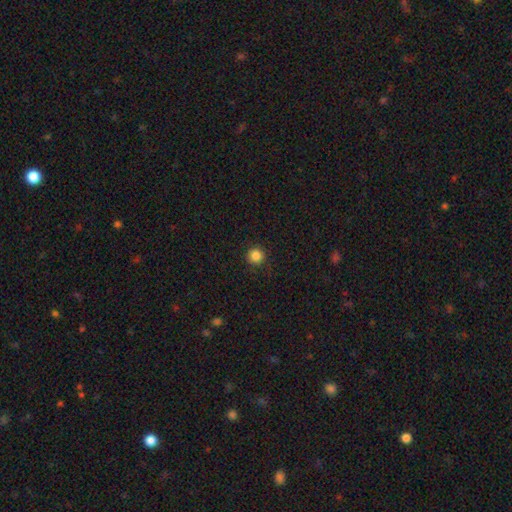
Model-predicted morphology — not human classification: This appears to be a smooth galaxy with no disk features (85%) that is round (95%). Merging: none (91%).